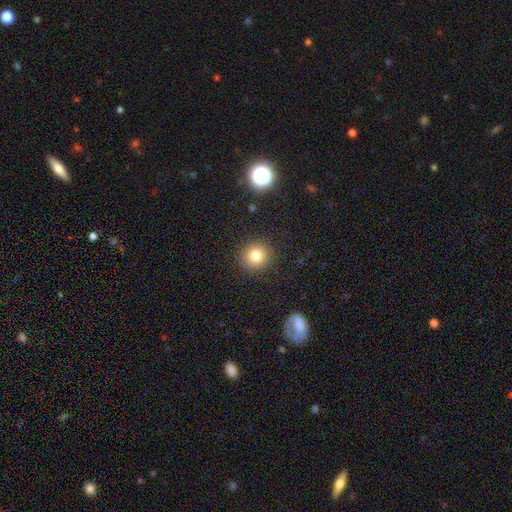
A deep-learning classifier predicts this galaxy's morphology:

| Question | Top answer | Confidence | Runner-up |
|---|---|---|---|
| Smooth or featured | smooth | 79% | star or artifact (13%) |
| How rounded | round | 93% | in between (6%) |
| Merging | none | 90% | minor disturbance (6%) |